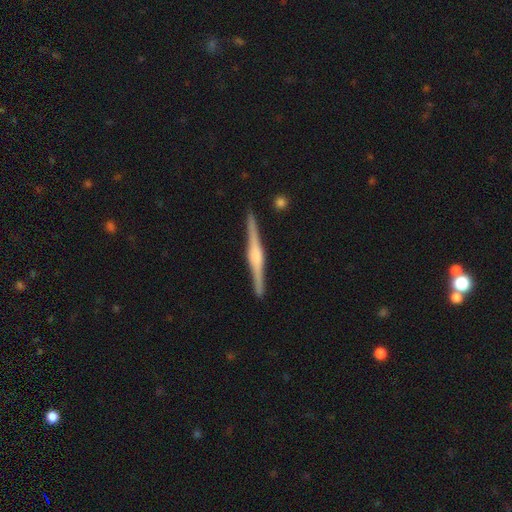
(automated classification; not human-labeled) This is clearly a featured or disk galaxy (83%). It is clearly viewed edge-on (98%). Edge-on bulge: possibly rounded (58%). Merging: clearly none (91%).